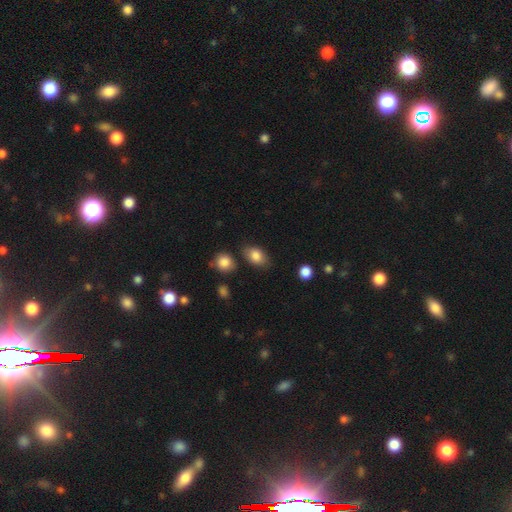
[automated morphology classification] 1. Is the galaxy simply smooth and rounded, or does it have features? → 83% smooth, 9% featured or disk, 8% star or artifact.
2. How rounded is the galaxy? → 83% in between, 16% round, 2% cigar-shaped.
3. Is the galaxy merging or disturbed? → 74% none, 17% minor disturbance, 6% merger, 4% major disturbance.